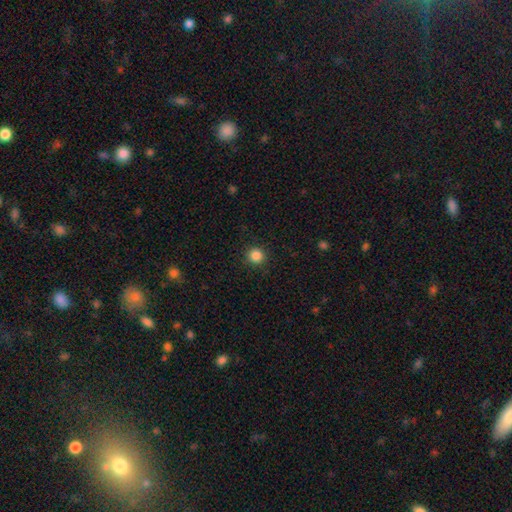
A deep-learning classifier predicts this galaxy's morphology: Smooth or featured? Predicted: smooth (p=0.85). How rounded? Predicted: round (p=0.95). Merging? Predicted: none (p=0.92).